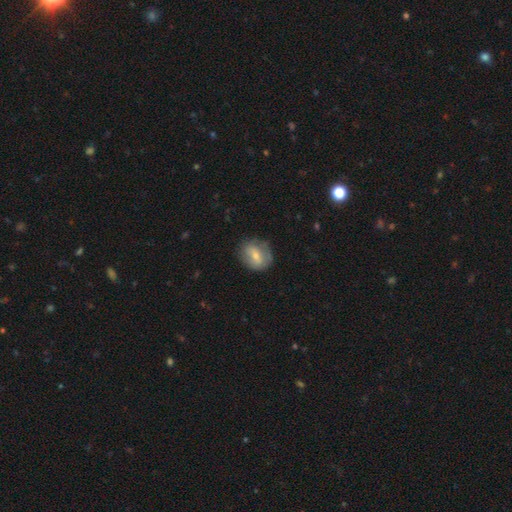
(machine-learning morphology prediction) Smooth or featured? Predicted: smooth (p=0.60). How rounded? Predicted: round (p=0.50). Merging? Predicted: none (p=0.68).